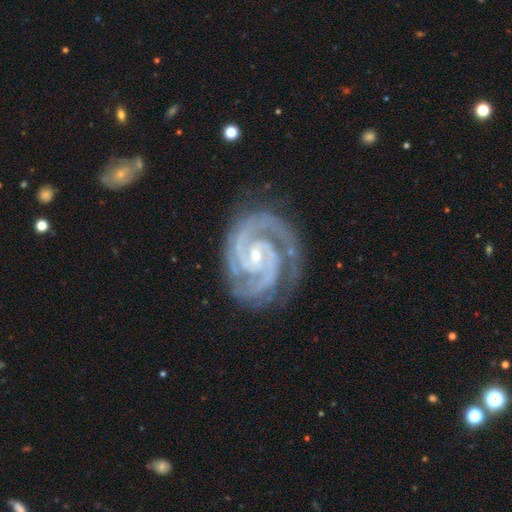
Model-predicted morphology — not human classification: This appears to be a featured or disk galaxy (94%) with no bar (56%), 2 (52%) tight (72%) spiral arms (99%) and a small central bulge (72%). Merging: none (75%).